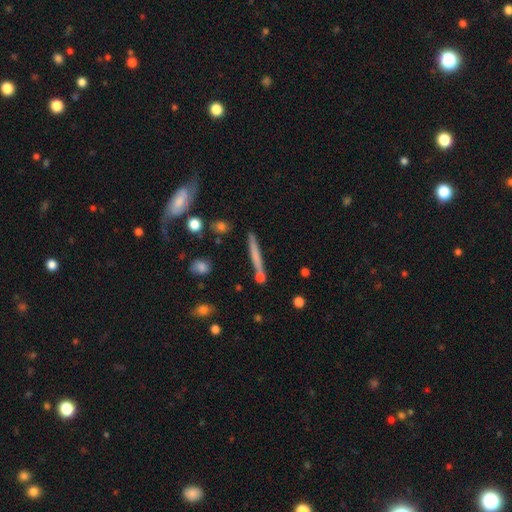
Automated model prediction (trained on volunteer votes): Smooth or featured: smooth — 57% (featured or disk — 36%)
How rounded: cigar-shaped — 94% (in between — 3%)
Merging: none — 78% (minor disturbance — 10%)